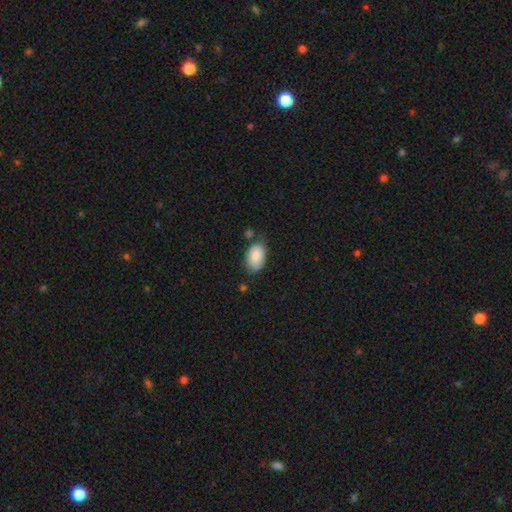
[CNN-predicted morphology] type=smooth (85%); roundness=in between (92%); merging=none (62%).